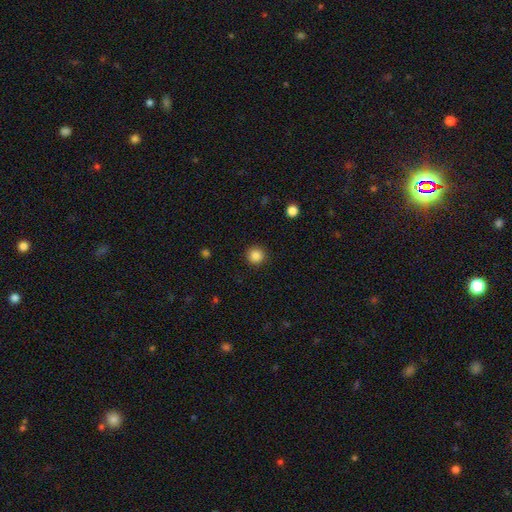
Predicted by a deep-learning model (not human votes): Smooth or featured? Predicted: smooth (p=0.86). How rounded? Predicted: round (p=0.95). Merging? Predicted: none (p=0.92).